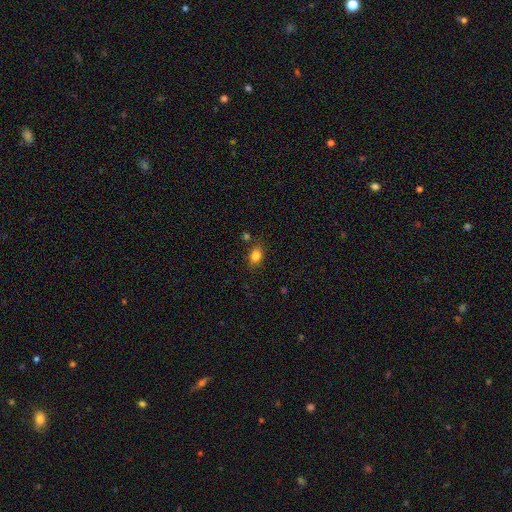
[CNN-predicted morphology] Smooth or featured?
  - smooth: 83% *
  - star or artifact: 10%
  - featured or disk: 7%
How rounded?
  - in between: 73% *
  - round: 25%
  - cigar-shaped: 2%
Merging?
  - none: 78% *
  - minor disturbance: 14%
  - merger: 5%
  - major disturbance: 3%